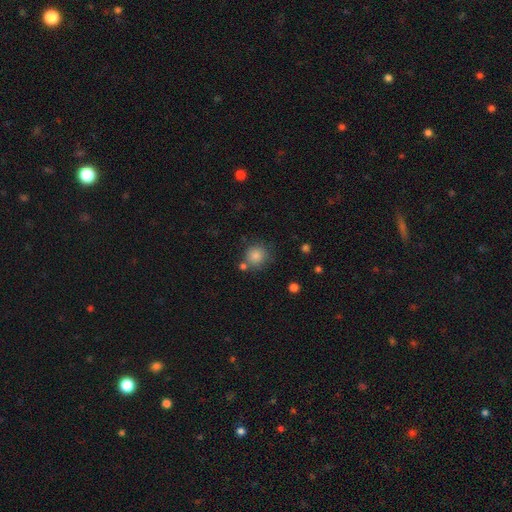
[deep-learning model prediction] The model was most divided on "merging": none: 72%, minor disturbance: 12%, merger: 11%, major disturbance: 4%. More confident: how rounded — round (90%); smooth or featured — smooth (85%).